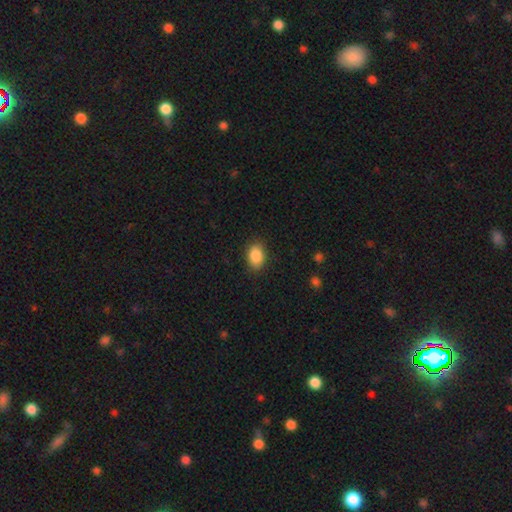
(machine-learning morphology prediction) Smooth or featured? smooth (88%)
How rounded? in between (82%)
Merging? none (87%)